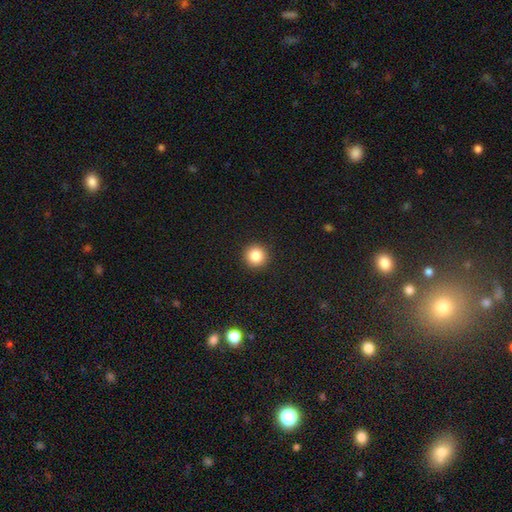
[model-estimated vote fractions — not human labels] A smooth galaxy with no disk features (85%) that is round (95%). Merging: none (93%).